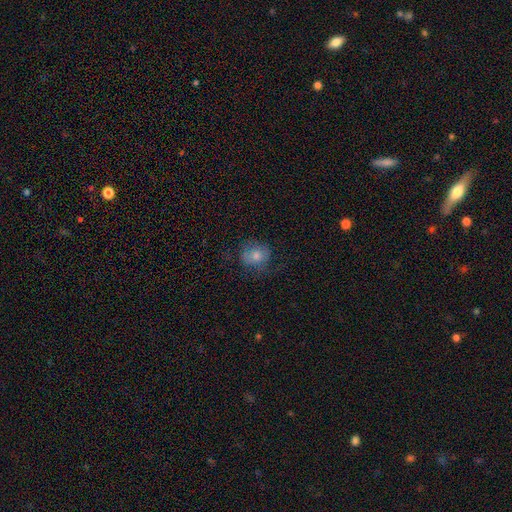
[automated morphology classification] smooth 69%, featured or disk 22%, star or artifact 10%. Down the decision tree: how rounded — round (66%); merging — none (58%).